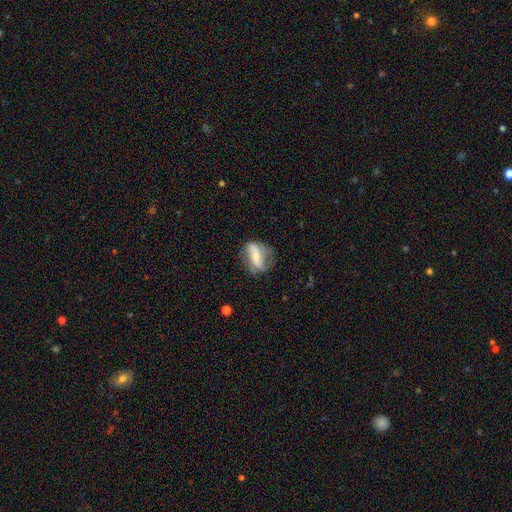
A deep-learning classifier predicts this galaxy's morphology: This is likely a featured or disk galaxy (65%). It is clearly not viewed edge-on (91%). Bar: marginally strong (44%). Spiral arm pattern: likely yes (79%). Central bulge: marginally small (44%). Merging: possibly none (56%).